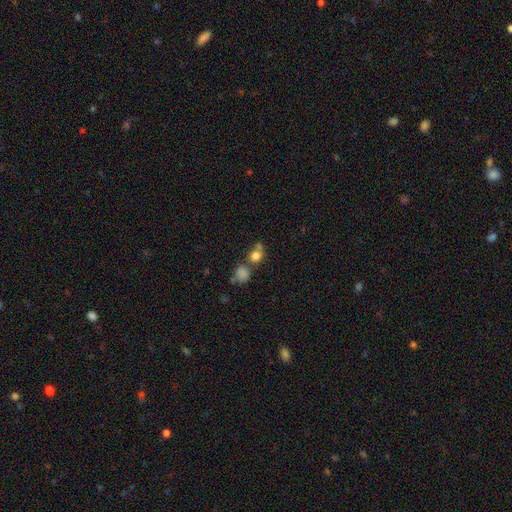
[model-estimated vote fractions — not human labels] smooth 77%, star or artifact 13%, featured or disk 9%. Down the decision tree: how rounded — round (77%); merging — none (46%).